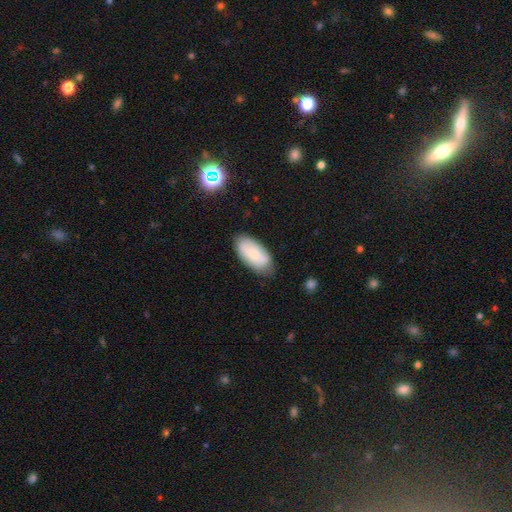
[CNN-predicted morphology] smooth-or-featured: smooth: 74% | featured or disk: 20% | star or artifact: 6%
  how-rounded: in between: 94% | cigar-shaped: 4% | round: 2%
  merging: none: 72% | minor disturbance: 22% | major disturbance: 4% | merger: 2%